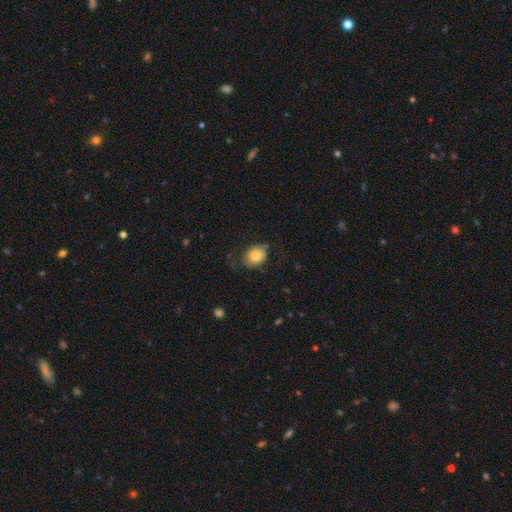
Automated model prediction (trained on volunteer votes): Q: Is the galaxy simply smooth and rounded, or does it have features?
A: smooth — 72%.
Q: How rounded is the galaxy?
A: in between — 59%.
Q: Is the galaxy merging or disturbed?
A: none — 60%.